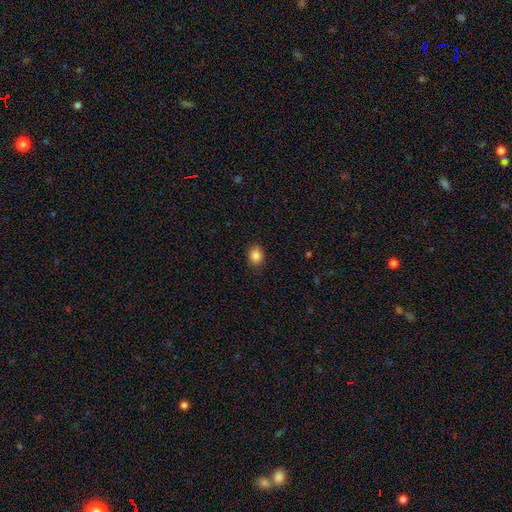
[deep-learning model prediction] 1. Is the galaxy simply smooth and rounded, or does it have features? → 87% smooth, 10% star or artifact, 4% featured or disk.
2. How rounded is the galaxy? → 59% round, 40% in between, 1% cigar-shaped.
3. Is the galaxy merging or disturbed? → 83% none, 13% minor disturbance, 3% major disturbance, 1% merger.